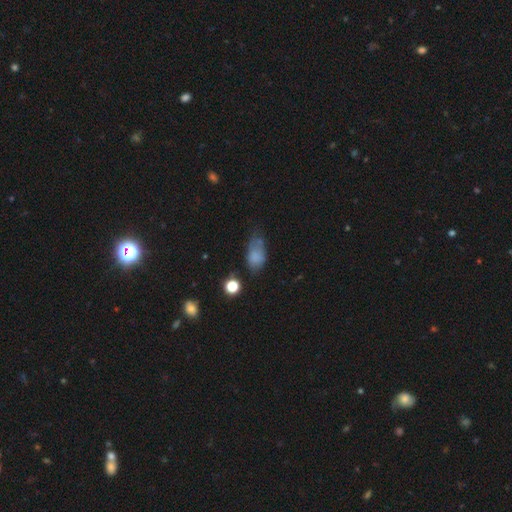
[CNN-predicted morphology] Smooth or featured: smooth — 70% (featured or disk — 17%)
How rounded: in between — 85% (round — 12%)
Merging: none — 38% (minor disturbance — 34%)